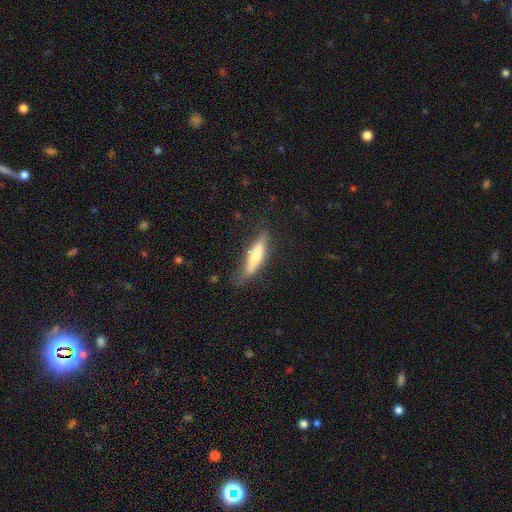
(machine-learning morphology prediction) A smooth galaxy with no disk features (57%) that is cigar-shaped (80%). Merging: none (71%).